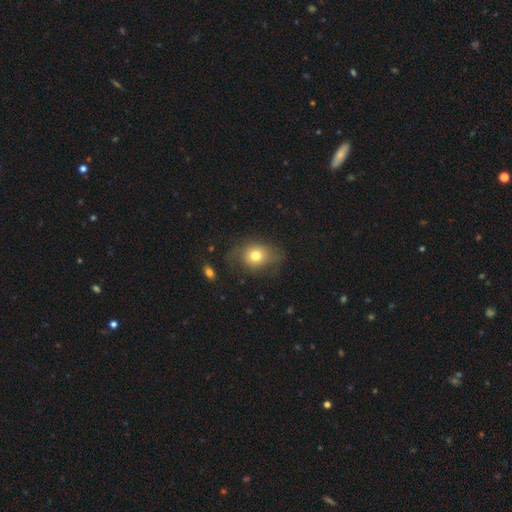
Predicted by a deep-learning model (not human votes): smooth 70%, featured or disk 19%, star or artifact 10%. Down the decision tree: how rounded — in between (54%); merging — none (55%).